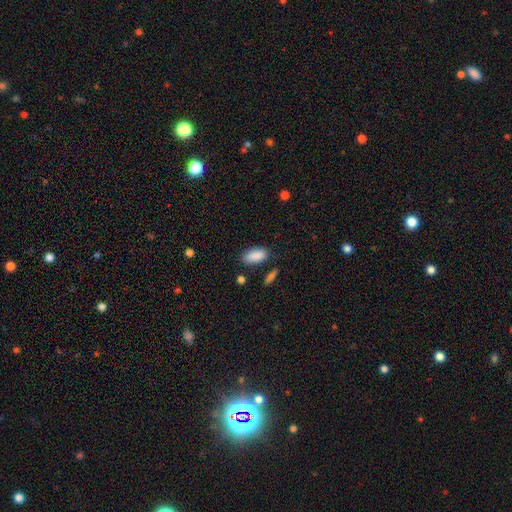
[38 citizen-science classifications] Overall: smooth (97%). How rounded: in between (100%). Merging: none (86%).